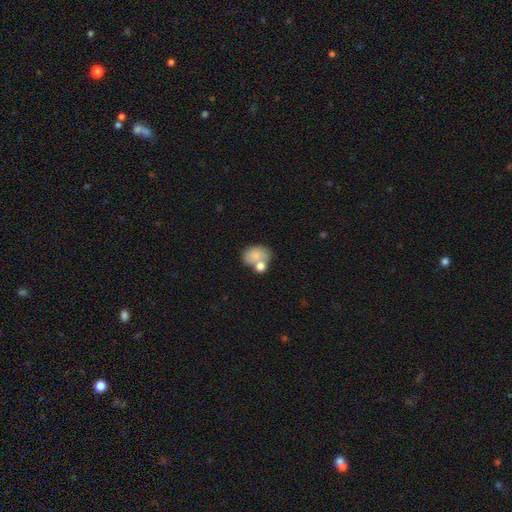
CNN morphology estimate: Q: Smooth or featured?
A: smooth (77%); runner-up: featured or disk (14%)
Q: How rounded?
A: in between (65%); runner-up: round (34%)
Q: Merging?
A: none (39%); runner-up: merger (38%)